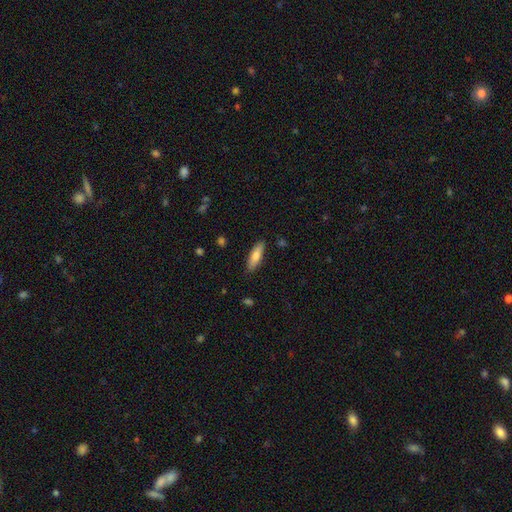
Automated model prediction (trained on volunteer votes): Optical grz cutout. It shows a smooth galaxy with no disk features (77%) that is cigar-shaped (53%). Merging: none (86%).